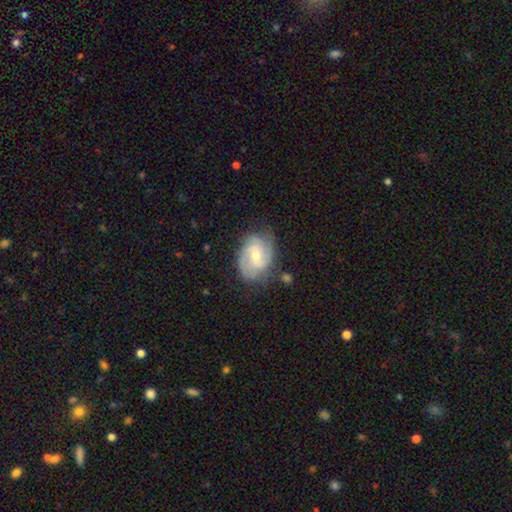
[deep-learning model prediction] Smooth or featured?
  - featured or disk: 80% *
  - smooth: 15%
  - star or artifact: 6%
Edge-on disk?
  - no: 97% *
  - yes: 3%
Bar?
  - weak: 53% *
  - no: 30%
  - strong: 17%
Spiral arms?
  - yes: 95% *
  - no: 5%
Spiral winding?
  - medium: 48% *
  - tight: 34%
  - loose: 18%
Spiral arm count?
  - 2: 67% *
  - 3: 15%
  - can't tell: 11%
  - 1: 2%
  - 4: 2%
  - more than 4: 2%
Bulge size?
  - small: 49% *
  - moderate: 47%
  - large: 2%
  - none: 2%
  - dominant: 1%
Merging?
  - none: 74% *
  - minor disturbance: 19%
  - major disturbance: 5%
  - merger: 2%